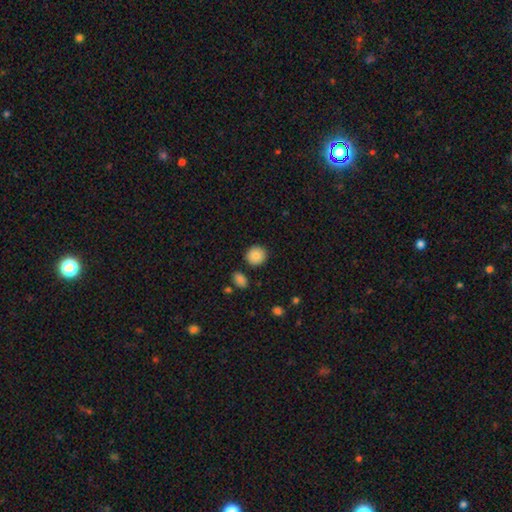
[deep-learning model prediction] Q: Smooth or featured?
A: smooth (87%); runner-up: star or artifact (8%)
Q: How rounded?
A: round (89%); runner-up: in between (10%)
Q: Merging?
A: none (88%); runner-up: minor disturbance (7%)